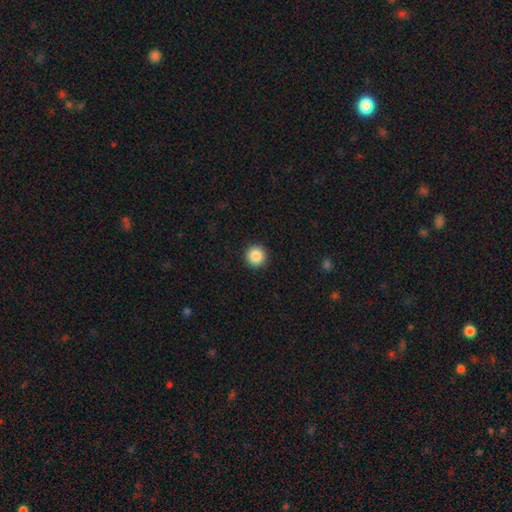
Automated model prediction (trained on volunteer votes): The model was most divided on "smooth or featured": smooth: 88%, star or artifact: 9%, featured or disk: 3%. More confident: how rounded — round (96%); merging — none (93%).